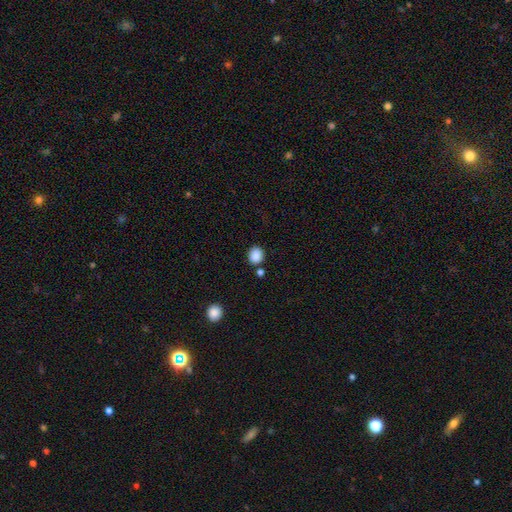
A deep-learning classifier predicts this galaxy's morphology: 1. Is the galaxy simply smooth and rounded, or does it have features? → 87% smooth, 10% star or artifact, 3% featured or disk.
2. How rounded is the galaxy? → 69% round, 30% in between, 1% cigar-shaped.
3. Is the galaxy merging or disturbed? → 81% none, 9% minor disturbance, 7% merger, 3% major disturbance.